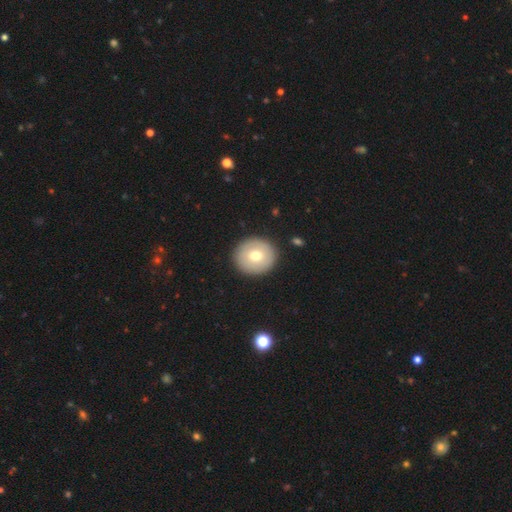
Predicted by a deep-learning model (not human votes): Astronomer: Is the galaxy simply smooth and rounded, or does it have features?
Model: smooth — 67%.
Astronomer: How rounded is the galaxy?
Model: round — 89%.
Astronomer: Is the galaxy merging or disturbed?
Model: none — 90%.